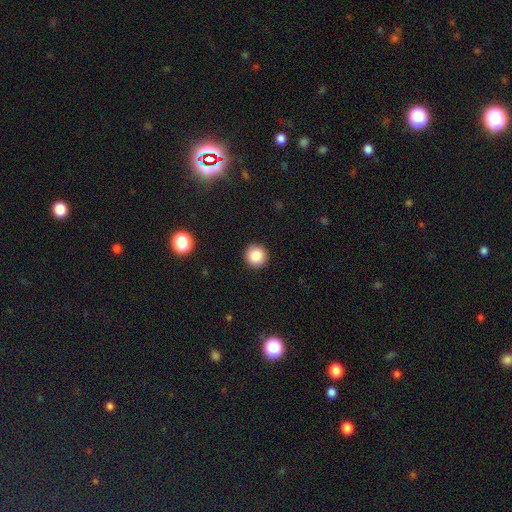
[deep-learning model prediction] Overall: smooth (85%). How rounded: round (95%). Merging: none (92%).